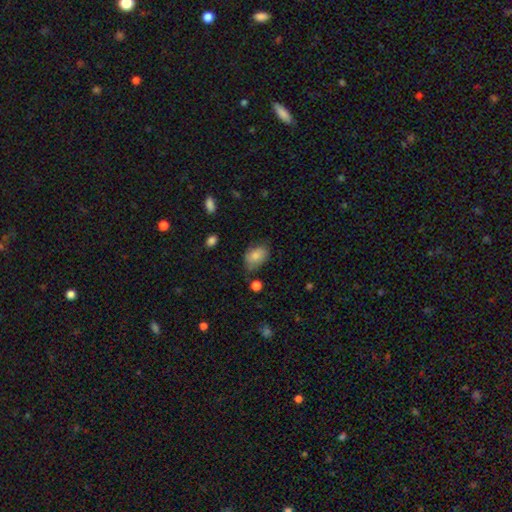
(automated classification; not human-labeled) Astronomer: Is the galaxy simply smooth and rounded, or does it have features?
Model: smooth — 80%.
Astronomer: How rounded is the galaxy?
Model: in between — 85%.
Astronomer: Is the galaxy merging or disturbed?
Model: none — 59%.